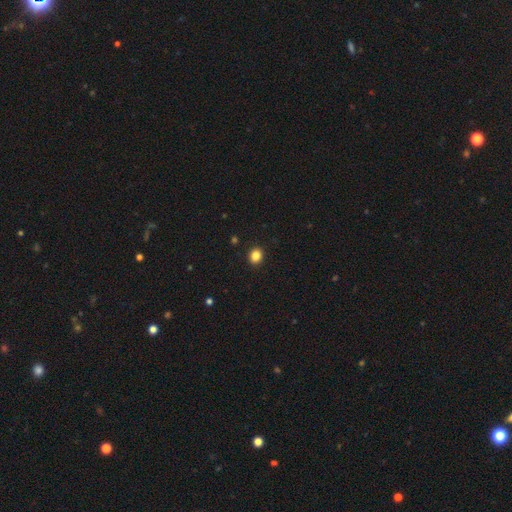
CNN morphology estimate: A smooth galaxy with no disk features (86%) that is round (61%). Merging: none (92%).